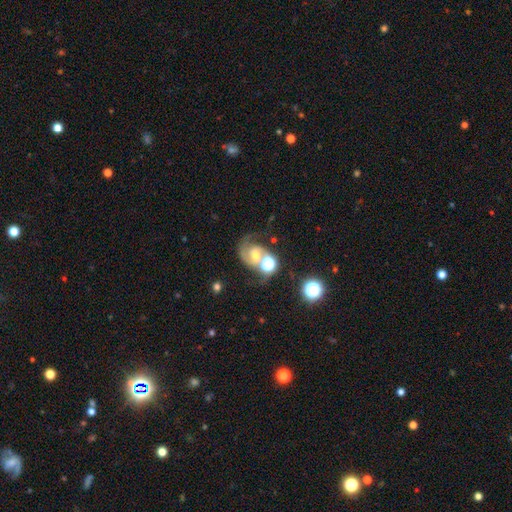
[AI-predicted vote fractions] A featured or disk galaxy (77%) with no bar (52%), 2 (72%) medium (54%) spiral arms (94%) and a moderate central bulge (57%). Merging: none (40%).